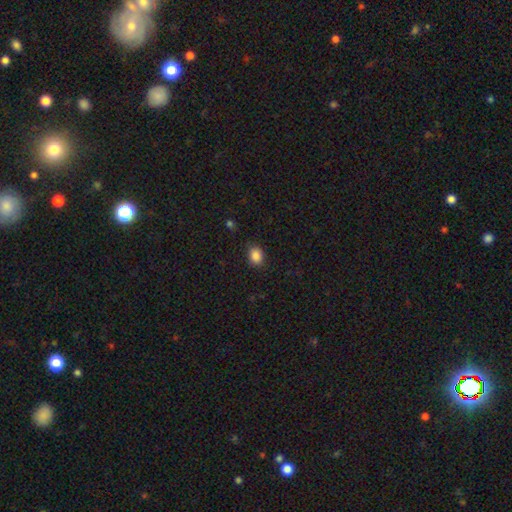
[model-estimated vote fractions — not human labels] Q: Smooth or featured?
A: smooth (87%); runner-up: star or artifact (10%)
Q: How rounded?
A: in between (57%); runner-up: round (42%)
Q: Merging?
A: none (84%); runner-up: minor disturbance (12%)